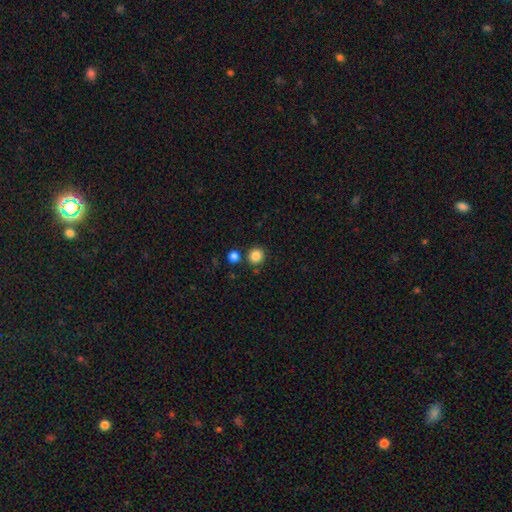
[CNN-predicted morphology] Smooth or featured? smooth (85%)
How rounded? round (92%)
Merging? none (83%)